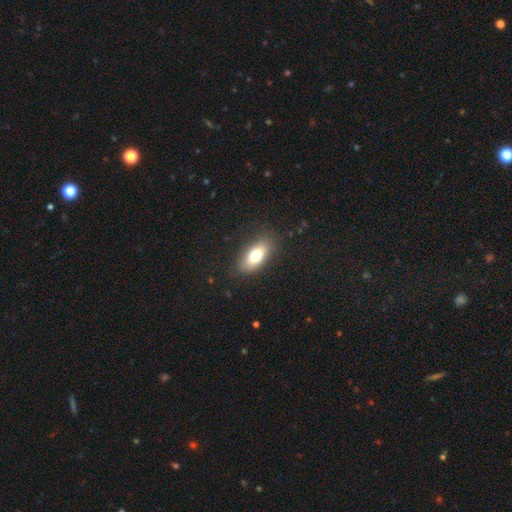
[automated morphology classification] smooth_or_featured: smooth (p=0.75) [alt: featured or disk p=0.18]
how_rounded: in between (p=0.85) [alt: cigar-shaped p=0.10]
merging: none (p=0.84) [alt: minor disturbance p=0.12]